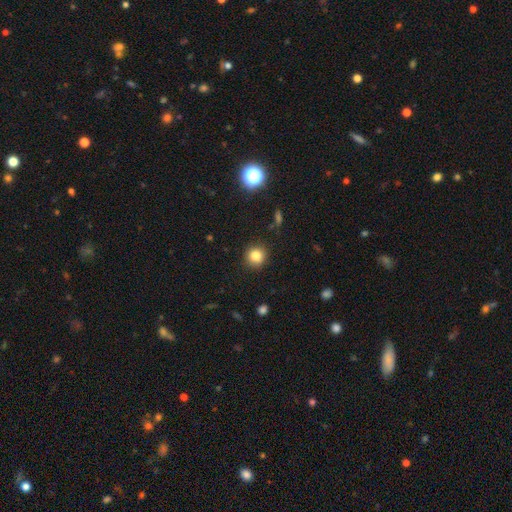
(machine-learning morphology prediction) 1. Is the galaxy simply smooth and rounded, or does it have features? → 82% smooth, 12% star or artifact, 6% featured or disk.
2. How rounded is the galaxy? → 89% round, 10% in between, 1% cigar-shaped.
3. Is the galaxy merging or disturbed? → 88% none, 8% minor disturbance, 2% major disturbance, 1% merger.